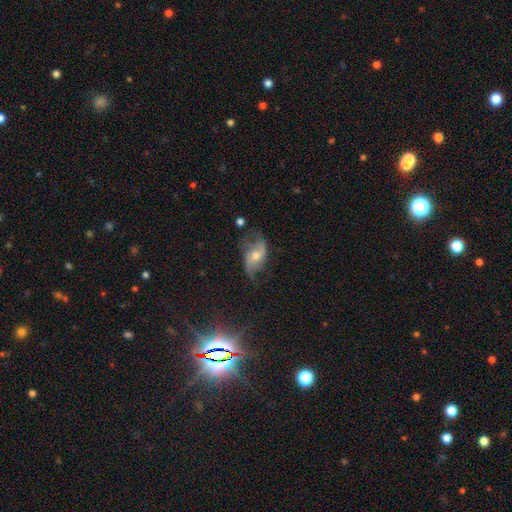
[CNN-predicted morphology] A featured or disk galaxy (76%) with no bar (58%), 2 (85%) loose (71%) spiral arms (92%) and a moderate central bulge (59%).

Vote fractions:
- Smooth or featured? featured or disk: 76% / smooth: 14% / star or artifact: 10%
- Edge-on disk? no: 95% / yes: 5%
- Bar? no: 58% / weak: 31% / strong: 11%
- Spiral arms? yes: 92% / no: 8%
- Spiral winding? loose: 71% / medium: 22% / tight: 7%
- Spiral arm count? 2: 85% / can't tell: 6% / 3: 4% / 1: 3% / 4: 2% / more than 4: 1%
- Bulge size? moderate: 59% / small: 36% / large: 3% / none: 1% / dominant: 1%
- Merging? none: 62% / minor disturbance: 22% / major disturbance: 13% / merger: 2%